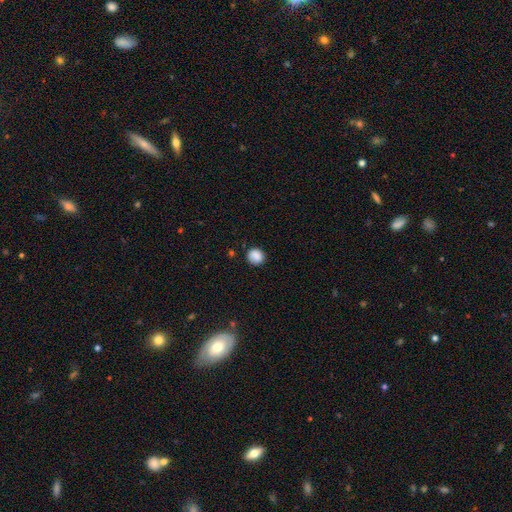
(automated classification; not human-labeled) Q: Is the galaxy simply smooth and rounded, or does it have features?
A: smooth — 85%.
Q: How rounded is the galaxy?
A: round — 83%.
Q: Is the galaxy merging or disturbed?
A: none — 80%.